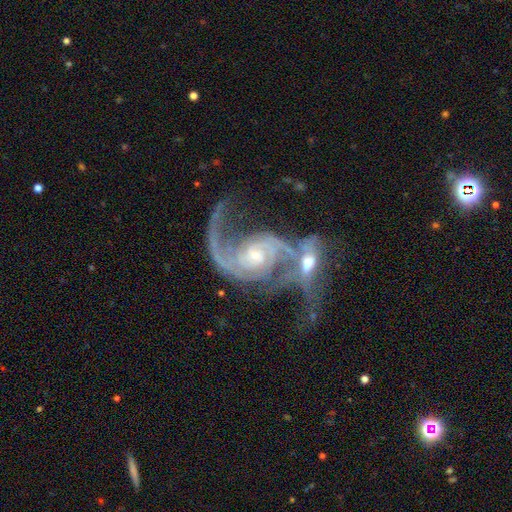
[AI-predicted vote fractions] Q: Smooth or featured?
A: featured or disk (91%); runner-up: star or artifact (5%)
Q: Edge-on disk?
A: no (97%); runner-up: yes (3%)
Q: Bar?
A: no (58%); runner-up: weak (31%)
Q: Spiral arms?
A: yes (97%); runner-up: no (3%)
Q: Spiral winding?
A: loose (43%); runner-up: medium (40%)
Q: Spiral arm count?
A: 2 (80%); runner-up: can't tell (6%)
Q: Bulge size?
A: small (64%); runner-up: moderate (30%)
Q: Merging?
A: merger (58%); runner-up: none (17%)